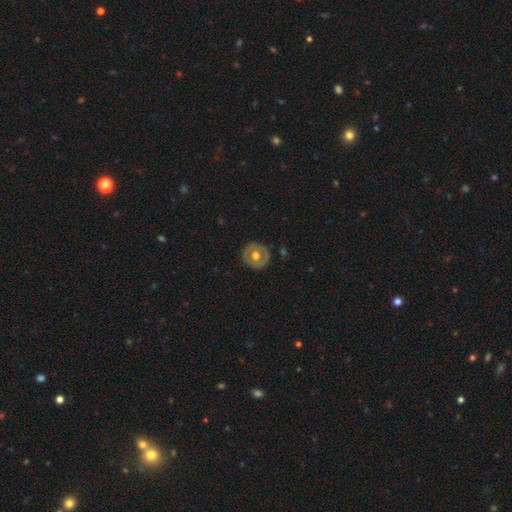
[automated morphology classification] A featured or disk galaxy (47%, tied with smooth). Merging: none (86%).